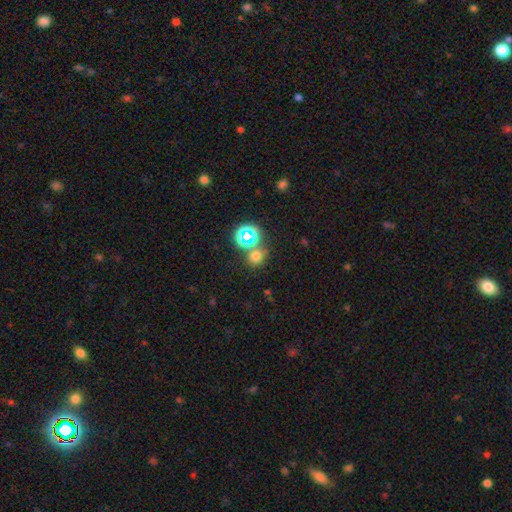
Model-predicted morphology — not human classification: Overall: smooth (63%; star or artifact 30%). How rounded: round (84%). Merging: none (69%).